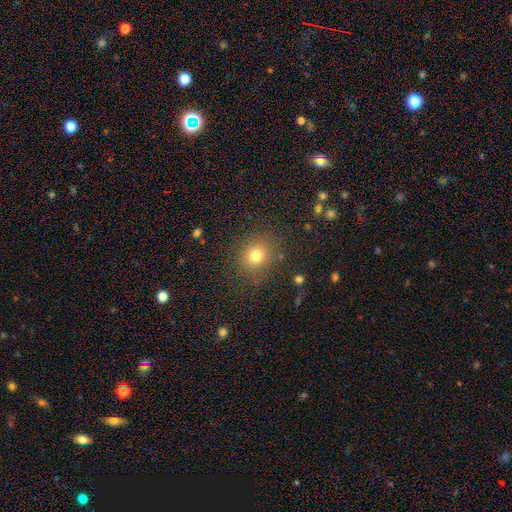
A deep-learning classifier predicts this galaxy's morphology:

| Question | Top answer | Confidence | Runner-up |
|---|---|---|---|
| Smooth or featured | smooth | 77% | star or artifact (16%) |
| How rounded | round | 71% | in between (28%) |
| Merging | none | 82% | minor disturbance (11%) |